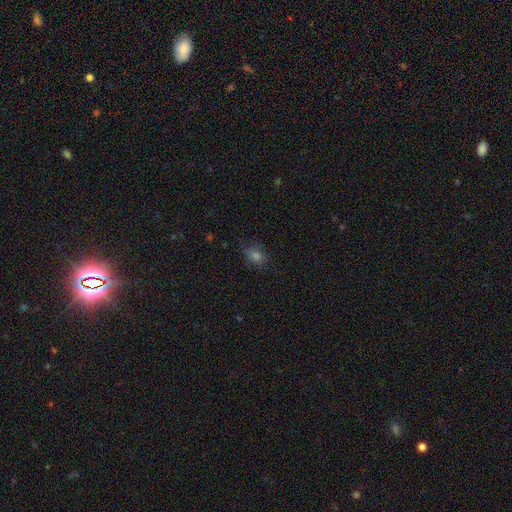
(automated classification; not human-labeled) The model was most divided on "how rounded": in between: 55%, round: 43%, cigar-shaped: 2%. More confident: merging — none (79%); smooth or featured — smooth (68%).